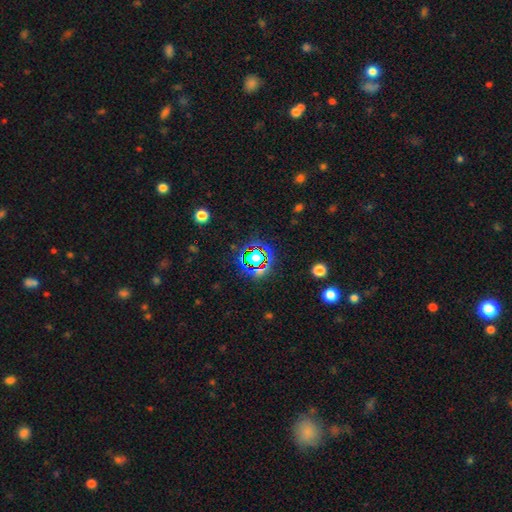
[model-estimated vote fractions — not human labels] This appears to be a star or artifact, not a galaxy (65%).